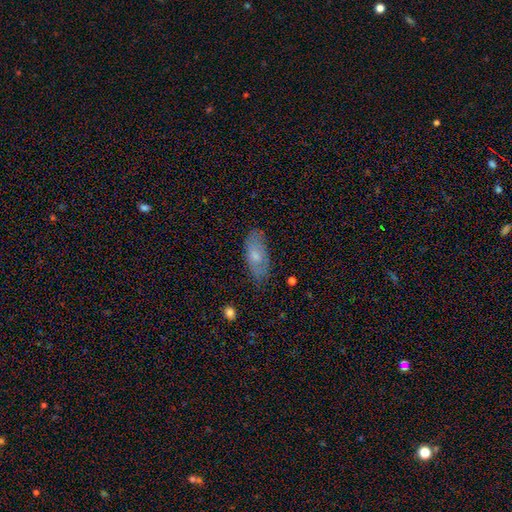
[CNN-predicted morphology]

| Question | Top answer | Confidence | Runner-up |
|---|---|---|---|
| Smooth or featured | smooth | 67% | featured or disk (25%) |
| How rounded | in between | 83% | cigar-shaped (14%) |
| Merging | none | 74% | minor disturbance (20%) |